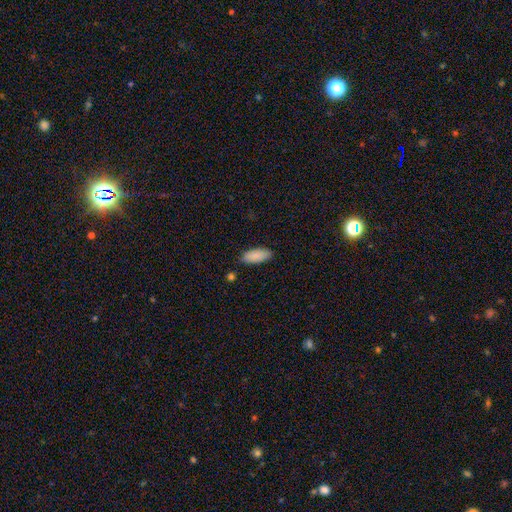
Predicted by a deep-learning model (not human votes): smooth 89%, star or artifact 6%, featured or disk 5%. Down the decision tree: how rounded — in between (83%); merging — none (84%).